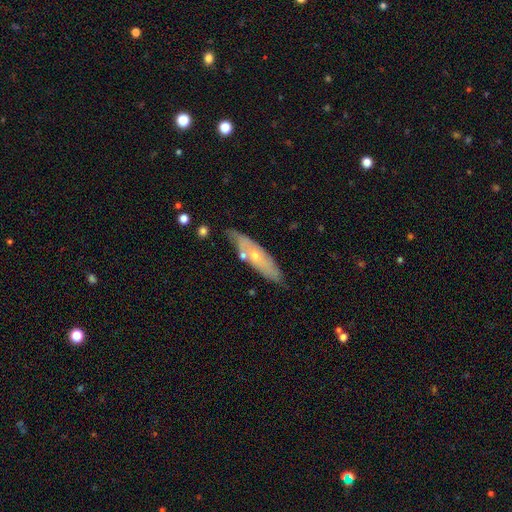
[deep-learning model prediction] Smooth or featured?
  - featured or disk: 48% *
  - smooth: 46%
  - star or artifact: 6%
Merging?
  - none: 72% *
  - minor disturbance: 18%
  - merger: 7%
  - major disturbance: 3%